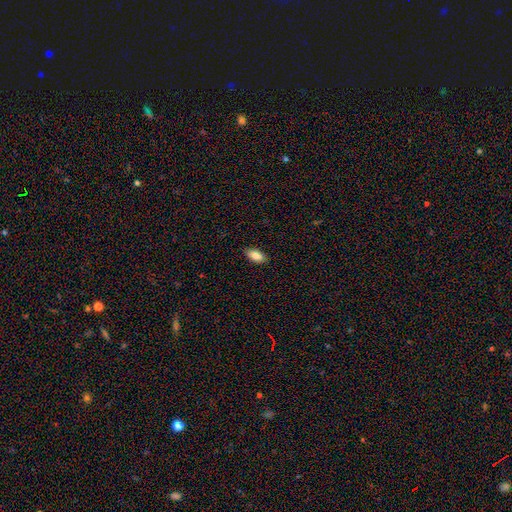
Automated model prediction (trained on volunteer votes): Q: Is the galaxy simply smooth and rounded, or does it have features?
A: smooth — 85%.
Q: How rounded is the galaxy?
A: in between — 91%.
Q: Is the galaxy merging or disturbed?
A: none — 89%.